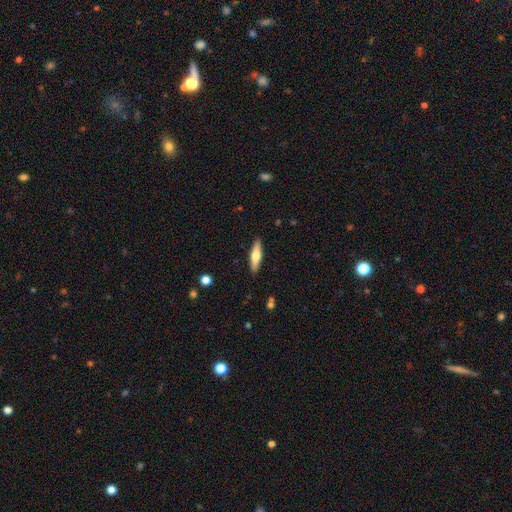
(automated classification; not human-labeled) Morphology: type=featured or disk (48%); merging=none (91%).